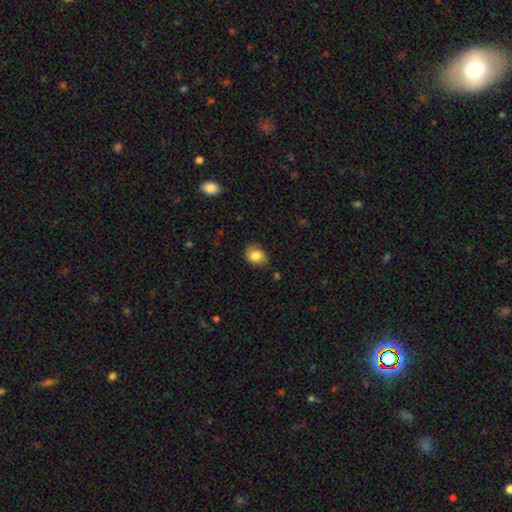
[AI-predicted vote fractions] Overall: smooth (82%). How rounded: in between (58%; round 41%). Merging: none (70%).